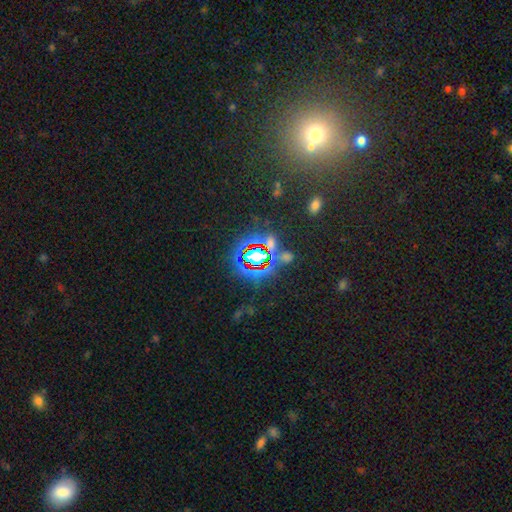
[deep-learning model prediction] Morphology: type=star or artifact (76%).